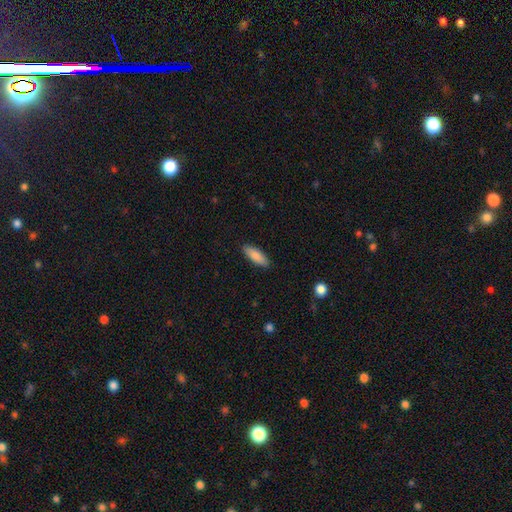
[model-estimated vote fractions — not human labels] This is clearly a smooth galaxy (86%). How rounded: possibly in between (56%). Merging: clearly none (89%).